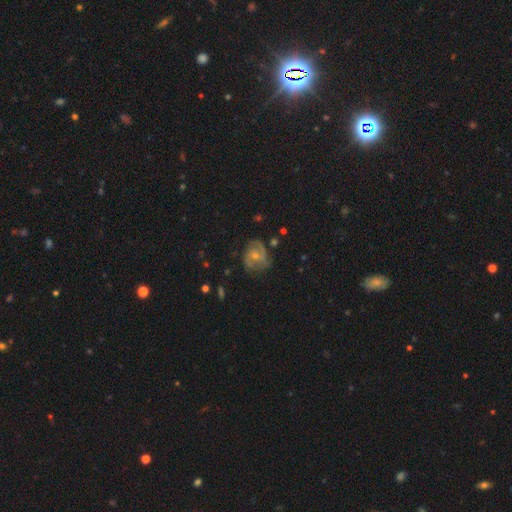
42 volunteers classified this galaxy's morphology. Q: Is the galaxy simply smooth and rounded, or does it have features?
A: featured or disk — 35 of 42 (83%).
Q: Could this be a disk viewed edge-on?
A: no — 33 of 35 (94%).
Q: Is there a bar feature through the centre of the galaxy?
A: no — 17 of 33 (52%).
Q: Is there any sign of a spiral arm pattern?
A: yes — 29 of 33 (88%).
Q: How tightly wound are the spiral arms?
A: medium — 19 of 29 (66%).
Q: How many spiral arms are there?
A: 2 — 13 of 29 (45%).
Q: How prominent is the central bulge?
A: small — 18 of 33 (55%).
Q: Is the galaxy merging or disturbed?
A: none — 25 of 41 (61%).